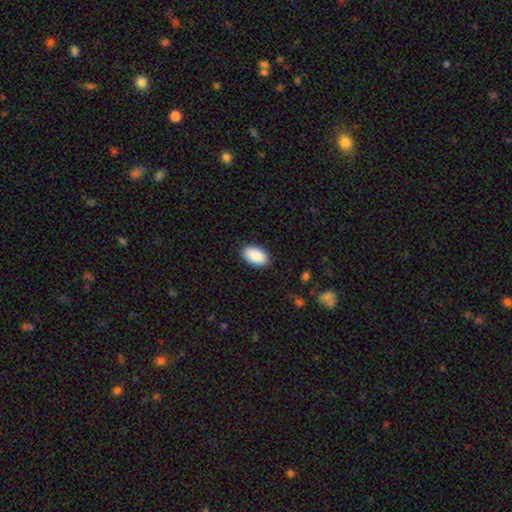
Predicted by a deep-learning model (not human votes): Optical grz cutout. It shows a smooth galaxy with no disk features (91%) that is in between round and cigar-shaped (95%). Merging: none (88%).